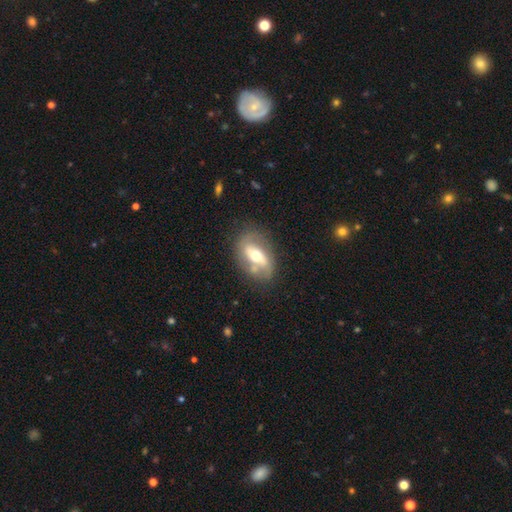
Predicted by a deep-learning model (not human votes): The model was most divided on "bar": strong: 37%, no: 32%, weak: 31%. More confident: edge-on disk — no (90%); bulge size — moderate (70%); merging — none (69%); spiral arms — yes (65%); smooth or featured — featured or disk (65%).